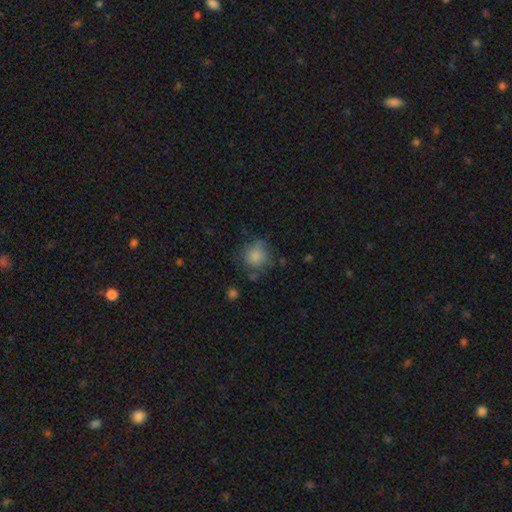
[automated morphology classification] Smooth or featured? Predicted: smooth (p=0.82). How rounded? Predicted: round (p=0.88). Merging? Predicted: none (p=0.65).